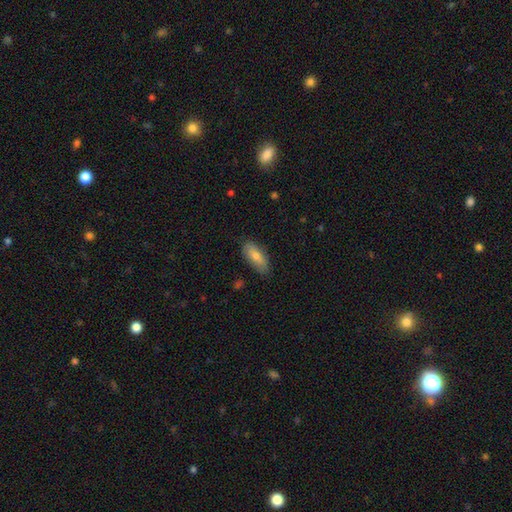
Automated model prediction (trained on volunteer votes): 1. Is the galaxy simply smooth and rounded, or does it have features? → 73% smooth, 19% featured or disk, 7% star or artifact.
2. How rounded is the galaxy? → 74% in between, 24% cigar-shaped, 2% round.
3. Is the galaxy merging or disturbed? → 81% none, 15% minor disturbance, 3% major disturbance, 1% merger.